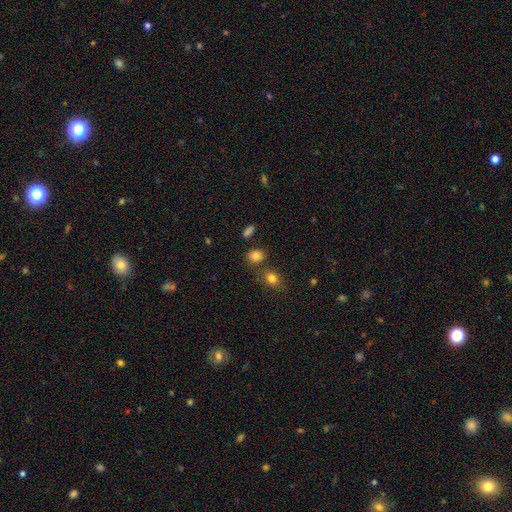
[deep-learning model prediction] Q: Smooth or featured?
A: smooth (83%); runner-up: star or artifact (12%)
Q: How rounded?
A: round (53%); runner-up: in between (45%)
Q: Merging?
A: none (75%); runner-up: minor disturbance (11%)